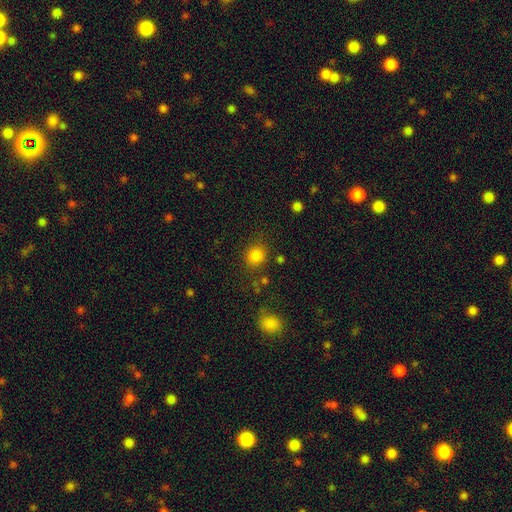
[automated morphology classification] Smooth or featured? smooth (83%)
How rounded? round (81%)
Merging? none (80%)